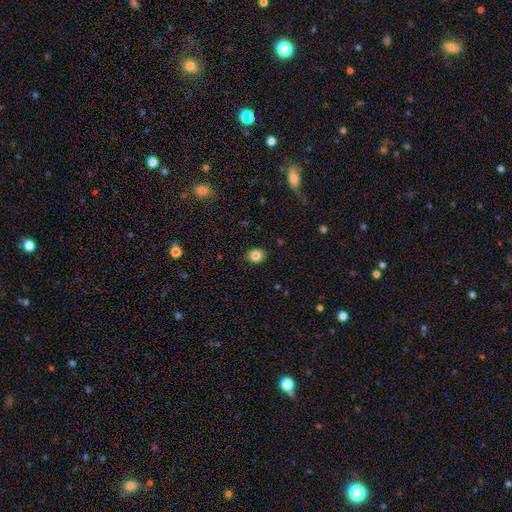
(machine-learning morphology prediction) The model was most divided on "how rounded": in between: 56%, round: 43%, cigar-shaped: 1%. More confident: merging — none (87%); smooth or featured — smooth (84%).